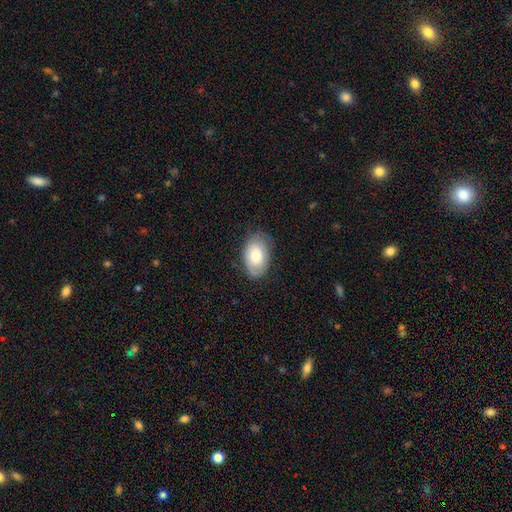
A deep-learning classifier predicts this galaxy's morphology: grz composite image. It shows a smooth galaxy with no disk features (70%) that is in between round and cigar-shaped (90%). Merging: none (73%).